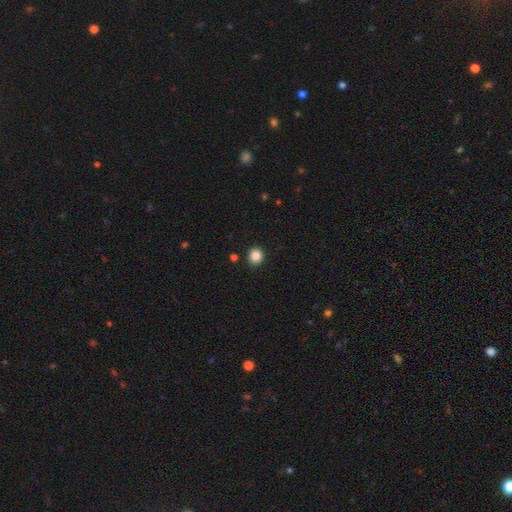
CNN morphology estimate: smooth-or-featured: smooth: 87% | star or artifact: 10% | featured or disk: 3%
  how-rounded: round: 87% | in between: 12% | cigar-shaped: 1%
  merging: none: 91% | minor disturbance: 6% | major disturbance: 2% | merger: 2%